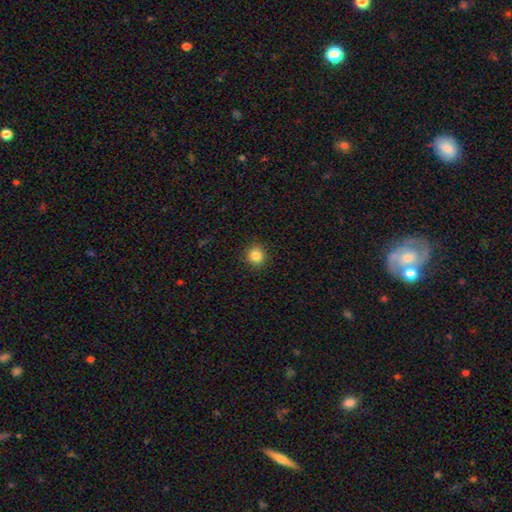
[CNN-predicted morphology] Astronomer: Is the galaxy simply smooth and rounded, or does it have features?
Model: smooth — 84%.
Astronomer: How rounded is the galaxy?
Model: round — 87%.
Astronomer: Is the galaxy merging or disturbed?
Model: none — 91%.